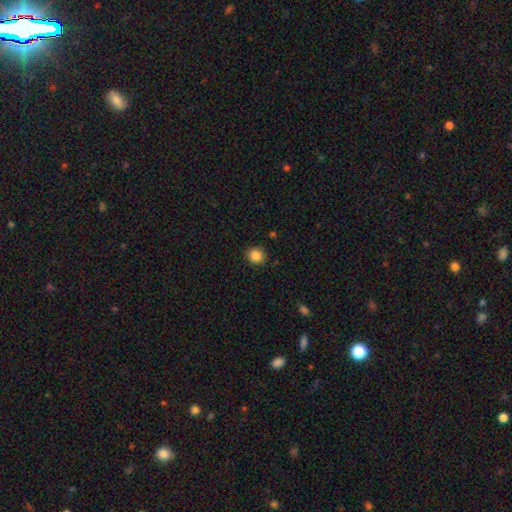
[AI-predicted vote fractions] Smooth or featured: smooth — 86% (star or artifact — 10%)
How rounded: round — 90% (in between — 9%)
Merging: none — 90% (minor disturbance — 7%)